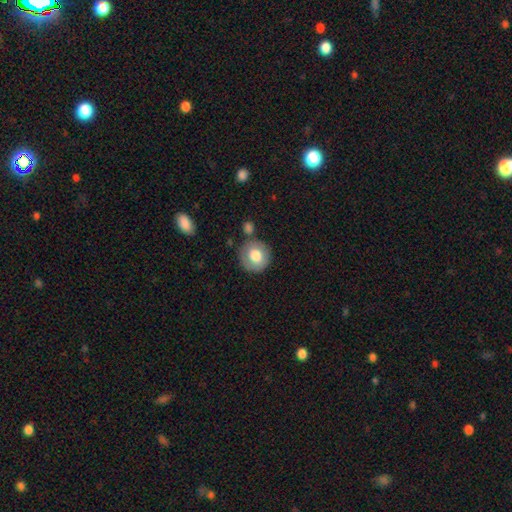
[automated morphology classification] smooth-or-featured: smooth: 73% | featured or disk: 19% | star or artifact: 8%
  how-rounded: round: 90% | in between: 9% | cigar-shaped: 1%
  merging: none: 75% | minor disturbance: 13% | merger: 7% | major disturbance: 4%